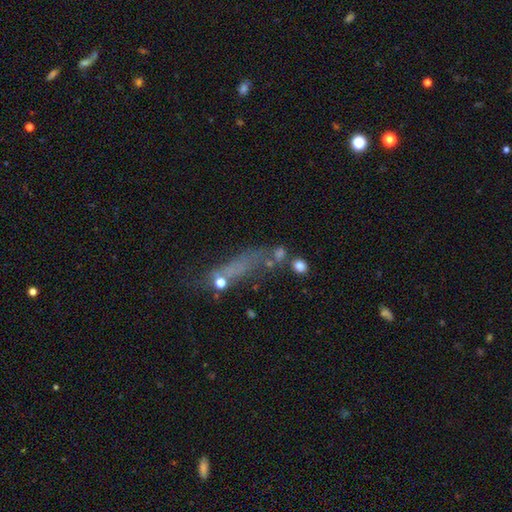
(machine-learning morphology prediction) Smooth or featured? Predicted: smooth (p=0.41). Merging? Predicted: none (p=0.38).